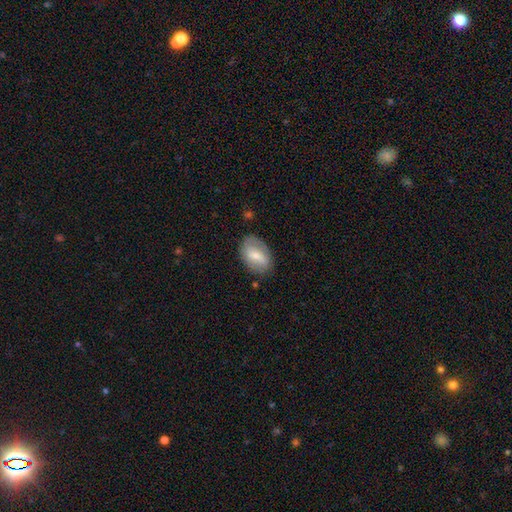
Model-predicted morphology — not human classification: type=smooth (58%); roundness=in between (86%); merging=none (74%).